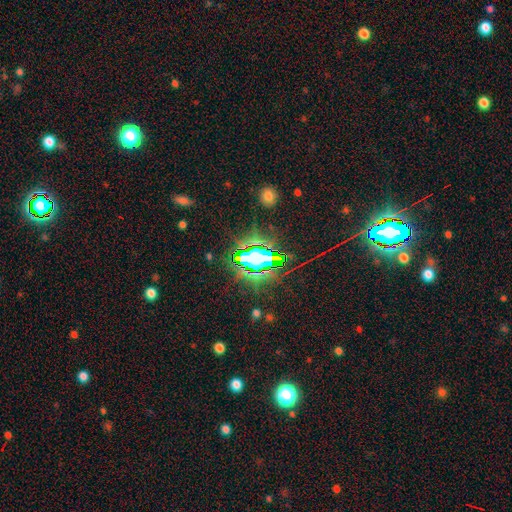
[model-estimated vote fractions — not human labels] Smooth or featured?
  - star or artifact: 81% *
  - smooth: 11%
  - featured or disk: 8%